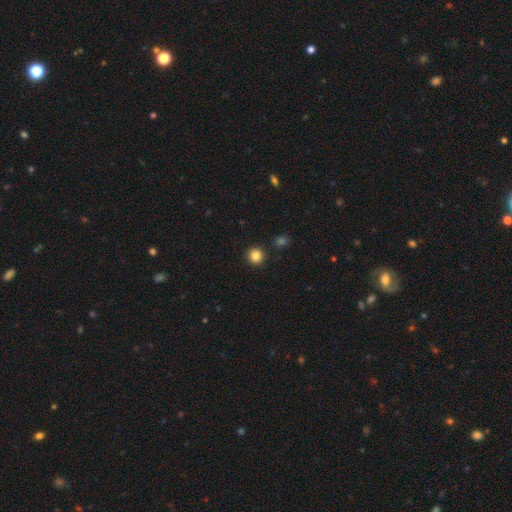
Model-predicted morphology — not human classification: smooth_or_featured: smooth (p=0.86) [alt: star or artifact p=0.11]
how_rounded: round (p=0.95) [alt: in between p=0.04]
merging: none (p=0.91) [alt: minor disturbance p=0.05]